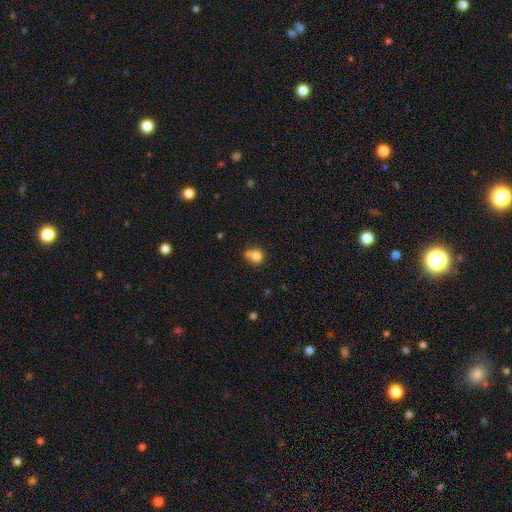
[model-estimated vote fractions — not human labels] smooth-or-featured: smooth: 77% | star or artifact: 11% | featured or disk: 11%
  how-rounded: round: 61% | in between: 38% | cigar-shaped: 2%
  merging: none: 40% | minor disturbance: 29% | merger: 18% | major disturbance: 13%